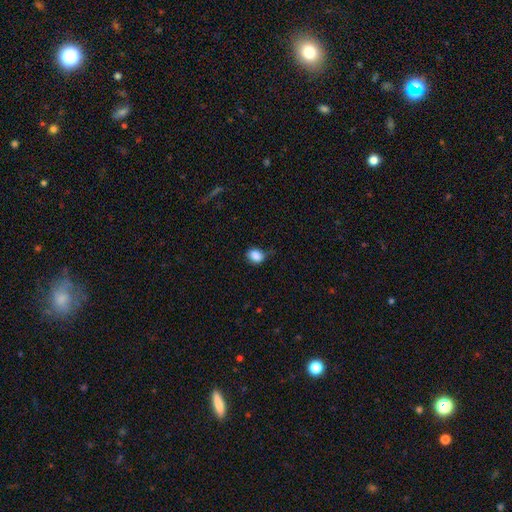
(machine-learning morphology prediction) Smooth or featured: smooth — 86% (star or artifact — 9%)
How rounded: in between — 49% (tied with round — 49%)
Merging: none — 64% (minor disturbance — 28%)